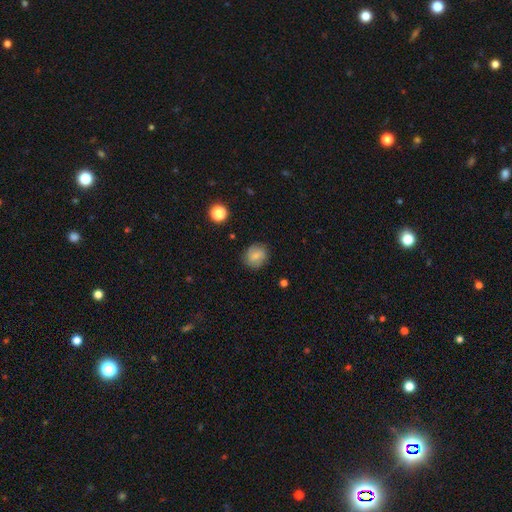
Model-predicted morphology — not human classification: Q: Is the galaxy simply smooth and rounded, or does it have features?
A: smooth — 77%.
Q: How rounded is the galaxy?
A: round — 77%.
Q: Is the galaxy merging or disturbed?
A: none — 83%.